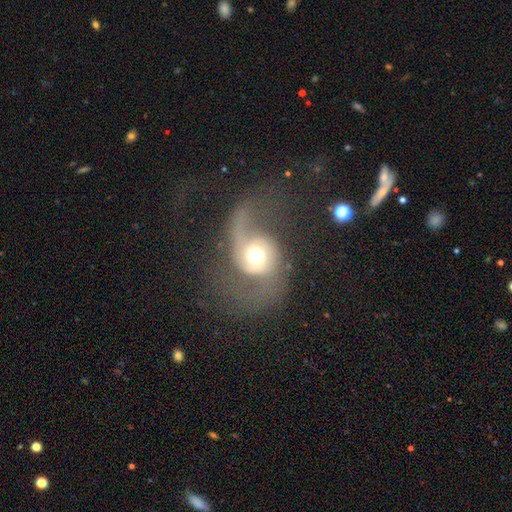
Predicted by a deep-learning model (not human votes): A featured or disk galaxy (80%) with no bar (63%), 2 (85%) loose (64%) spiral arms (94%) and a moderate central bulge (61%).

Vote fractions:
- Smooth or featured? featured or disk: 80% / smooth: 13% / star or artifact: 7%
- Edge-on disk? no: 97% / yes: 3%
- Bar? no: 63% / weak: 28% / strong: 9%
- Spiral arms? yes: 94% / no: 6%
- Spiral winding? loose: 64% / medium: 30% / tight: 6%
- Spiral arm count? 2: 85% / 1: 9% / can't tell: 2% / 3: 1% / 4: 1% / more than 4: 1%
- Bulge size? moderate: 61% / large: 24% / small: 9% / dominant: 5% / none: 1%
- Merging? none: 51% / major disturbance: 30% / minor disturbance: 15% / merger: 3%